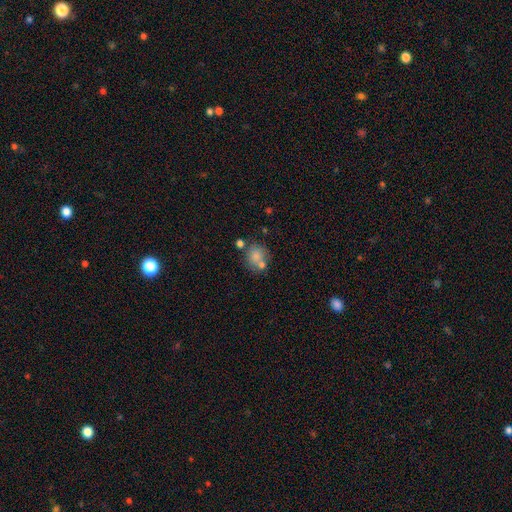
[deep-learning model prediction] Smooth or featured? Predicted: smooth (p=0.74). How rounded? Predicted: round (p=0.73). Merging? Predicted: none (p=0.53).